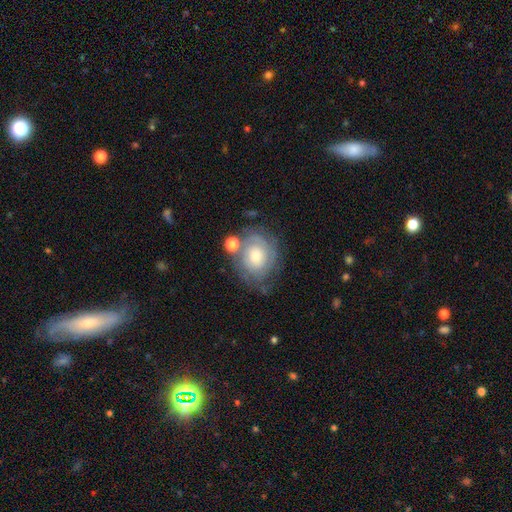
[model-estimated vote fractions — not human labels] A featured or disk galaxy (69%) with no bar (78%), tight (73%) spiral arms (87%) and a moderate central bulge (56%). Merging: none (65%).